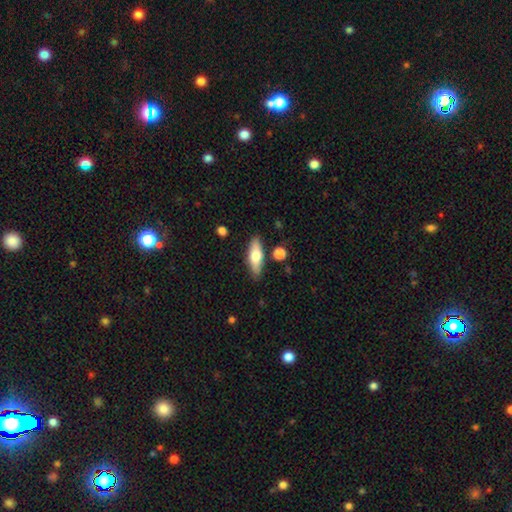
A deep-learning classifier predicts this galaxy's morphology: smooth 67%, featured or disk 27%, star or artifact 6%. Down the decision tree: how rounded — in between (57%); merging — none (83%).